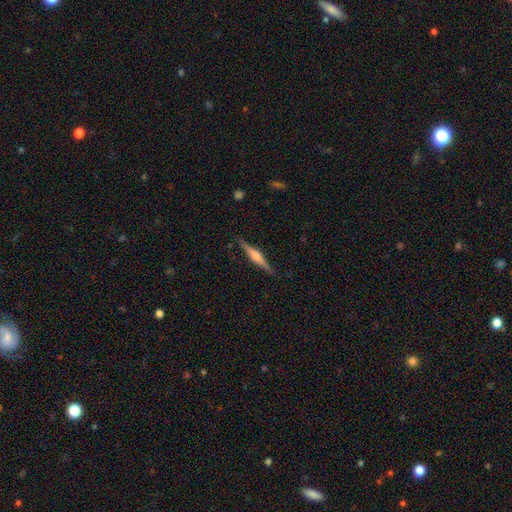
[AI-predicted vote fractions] Smooth or featured? featured or disk (74%)
Edge-on disk? yes (98%)
Edge-on bulge? rounded (80%)
Merging? none (90%)